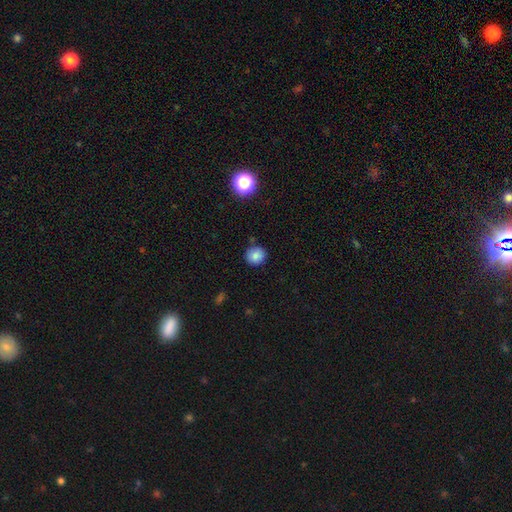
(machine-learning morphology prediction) smooth 82%, star or artifact 11%, featured or disk 7%. Down the decision tree: how rounded — round (88%); merging — none (84%).